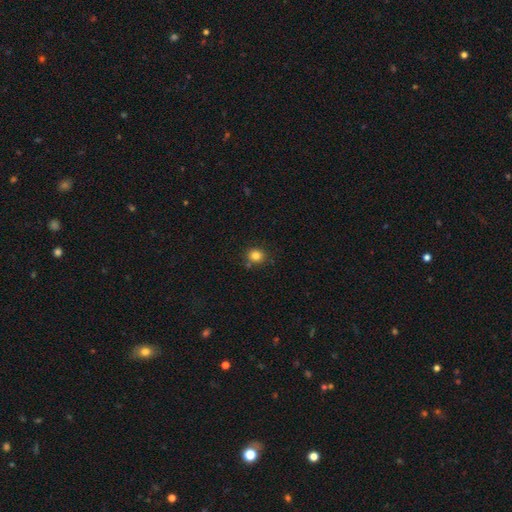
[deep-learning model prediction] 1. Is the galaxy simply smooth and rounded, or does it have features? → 83% smooth, 12% star or artifact, 5% featured or disk.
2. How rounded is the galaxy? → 82% round, 18% in between, 1% cigar-shaped.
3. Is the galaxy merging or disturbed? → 80% none, 11% minor disturbance, 6% merger, 3% major disturbance.